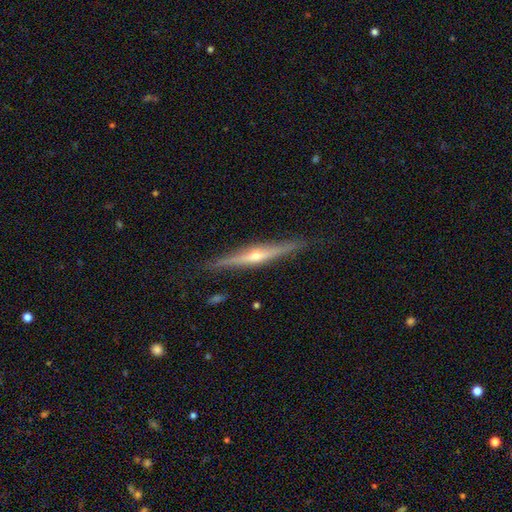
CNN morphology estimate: smooth-or-featured: featured or disk: 81% | smooth: 14% | star or artifact: 6%
  disk-edge-on: yes: 98% | no: 2%
    edge-on-bulge: rounded: 87% | none: 8% | boxy: 5%
  merging: none: 88% | minor disturbance: 9% | major disturbance: 2% | merger: 1%